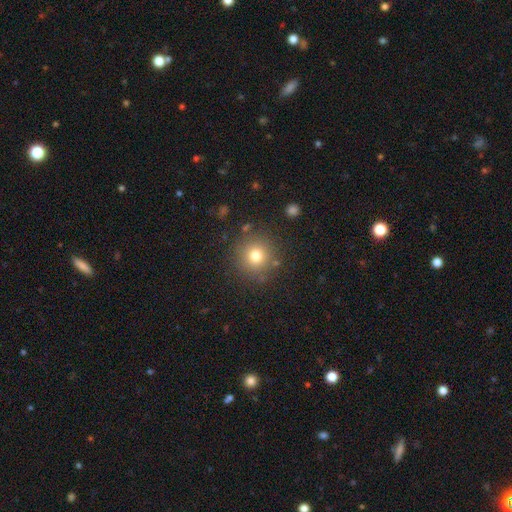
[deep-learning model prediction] The model was most divided on "smooth or featured": smooth: 75%, star or artifact: 14%, featured or disk: 10%. More confident: how rounded — round (94%); merging — none (86%).